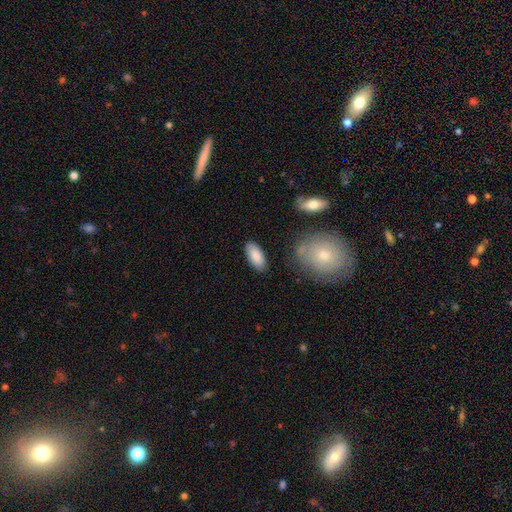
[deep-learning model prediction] Smooth or featured: smooth — 86% (featured or disk — 8%)
How rounded: in between — 90% (cigar-shaped — 8%)
Merging: none — 84% (minor disturbance — 11%)